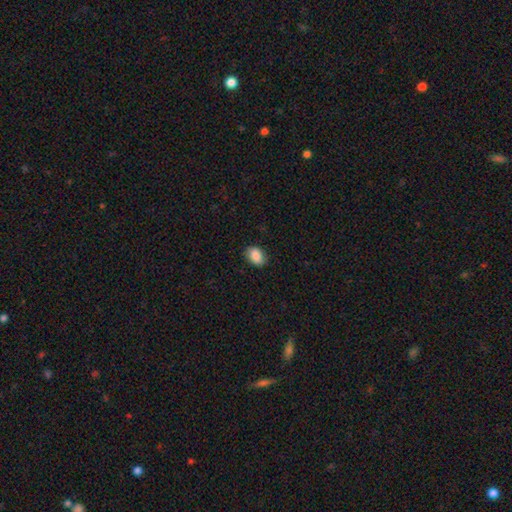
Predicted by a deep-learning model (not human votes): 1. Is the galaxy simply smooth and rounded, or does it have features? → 88% smooth, 8% star or artifact, 5% featured or disk.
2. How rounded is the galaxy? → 79% in between, 19% round, 1% cigar-shaped.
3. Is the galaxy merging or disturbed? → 86% none, 11% minor disturbance, 2% major disturbance, 1% merger.